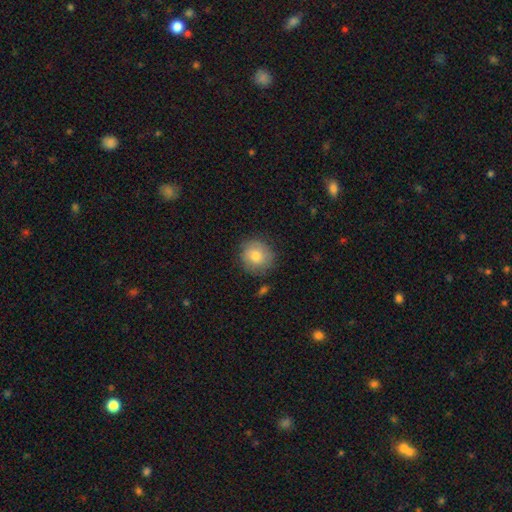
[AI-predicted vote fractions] Smooth or featured? Predicted: smooth (p=0.76). How rounded? Predicted: round (p=0.89). Merging? Predicted: none (p=0.80).